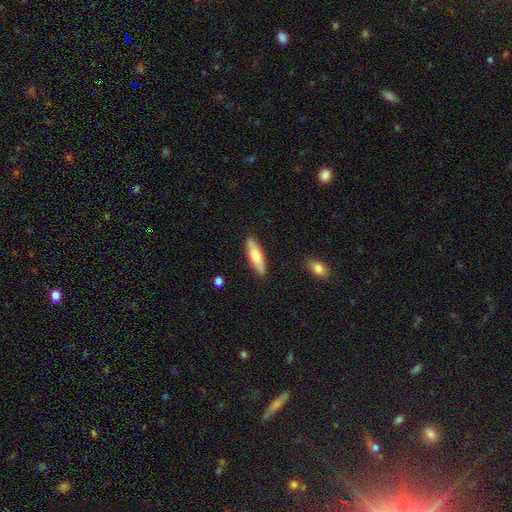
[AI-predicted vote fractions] smooth_or_featured: smooth (p=0.65) [alt: featured or disk p=0.30]
how_rounded: cigar-shaped (p=0.61) [alt: in between p=0.37]
merging: none (p=0.88) [alt: minor disturbance p=0.09]